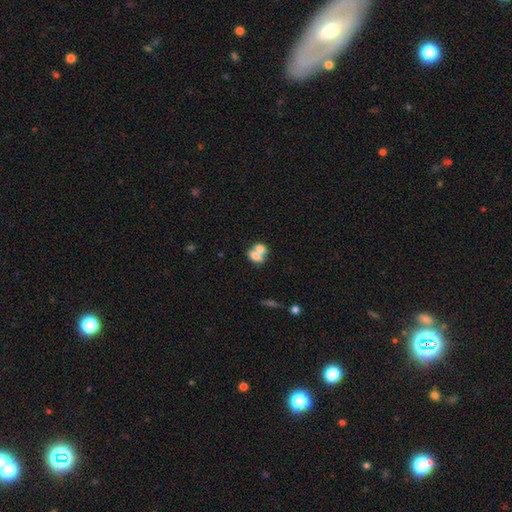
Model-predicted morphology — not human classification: smooth-or-featured: smooth: 69% | featured or disk: 23% | star or artifact: 9%
  how-rounded: in between: 68% | round: 30% | cigar-shaped: 2%
  merging: merger: 69% | none: 21% | minor disturbance: 6% | major disturbance: 4%